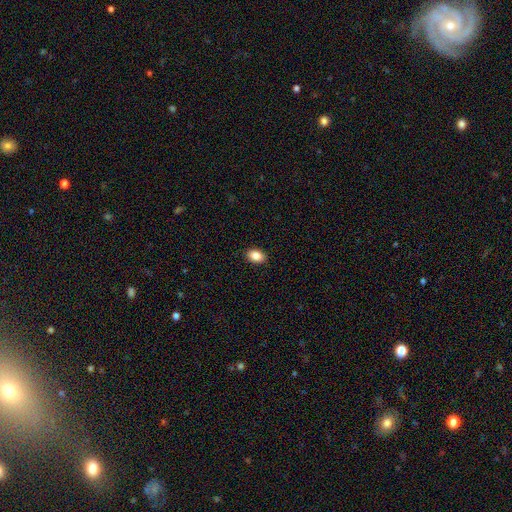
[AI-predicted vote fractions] smooth_or_featured: smooth (p=0.87) [alt: star or artifact p=0.08]
how_rounded: in between (p=0.82) [alt: round p=0.16]
merging: none (p=0.91) [alt: minor disturbance p=0.07]